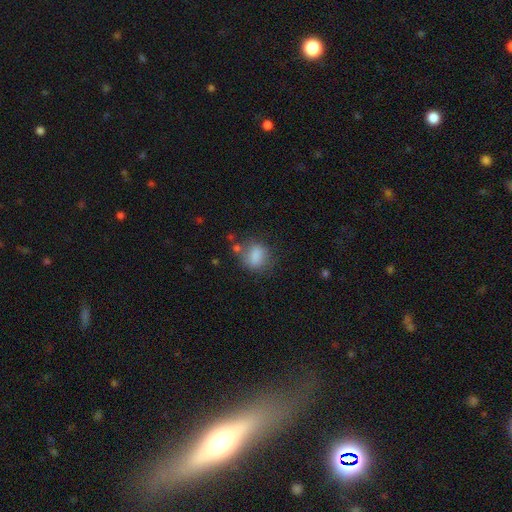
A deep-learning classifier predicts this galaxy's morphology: Smooth or featured?
  - smooth: 82% *
  - star or artifact: 10%
  - featured or disk: 8%
How rounded?
  - round: 53% *
  - in between: 46%
  - cigar-shaped: 2%
Merging?
  - none: 60% *
  - minor disturbance: 22%
  - major disturbance: 10%
  - merger: 8%